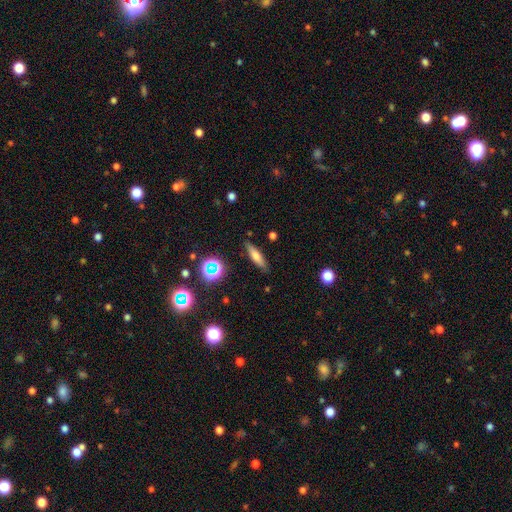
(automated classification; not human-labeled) Smooth or featured? Predicted: smooth (p=0.64). How rounded? Predicted: cigar-shaped (p=0.67). Merging? Predicted: none (p=0.86).